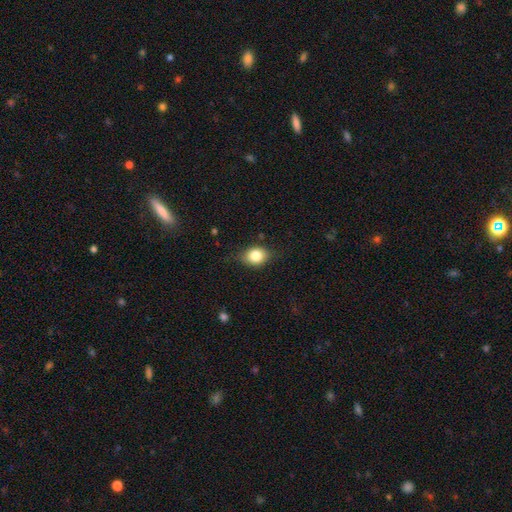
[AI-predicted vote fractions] Smooth or featured? Predicted: smooth (p=0.80). How rounded? Predicted: in between (p=0.52). Merging? Predicted: none (p=0.76).